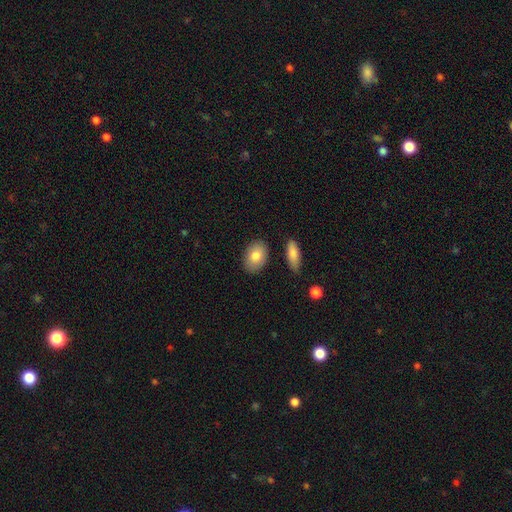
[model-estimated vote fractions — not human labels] Smooth or featured?
  - smooth: 83% *
  - featured or disk: 11%
  - star or artifact: 6%
How rounded?
  - in between: 86% *
  - round: 12%
  - cigar-shaped: 2%
Merging?
  - none: 85% *
  - minor disturbance: 10%
  - merger: 3%
  - major disturbance: 2%